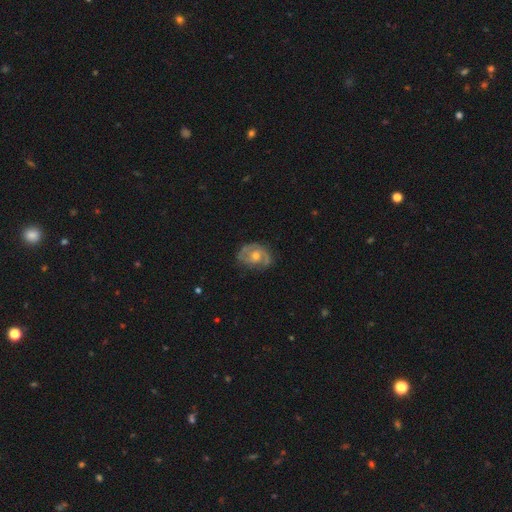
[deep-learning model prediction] smooth-or-featured: featured or disk: 77% | smooth: 16% | star or artifact: 7%
  disk-edge-on: no: 97% | yes: 3%
    bar: no: 67% | weak: 28% | strong: 5%
    has-spiral-arms: yes: 87% | no: 13%
      spiral-winding: medium: 43% | tight: 41% | loose: 16%
      spiral-arm-count: 2: 65% | can't tell: 16% | 1: 9% | 3: 6% | 4: 2% | more than 4: 2%
    bulge-size: moderate: 67% | small: 27% | large: 4% | none: 1% | dominant: 1%
  merging: none: 70% | minor disturbance: 20% | major disturbance: 8% | merger: 2%